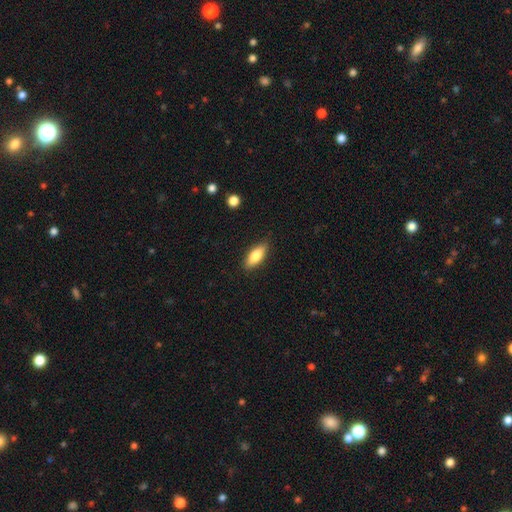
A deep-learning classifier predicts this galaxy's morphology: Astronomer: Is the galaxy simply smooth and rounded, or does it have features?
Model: smooth — 76%.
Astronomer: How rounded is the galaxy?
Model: in between — 73%.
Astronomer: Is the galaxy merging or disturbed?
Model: none — 86%.